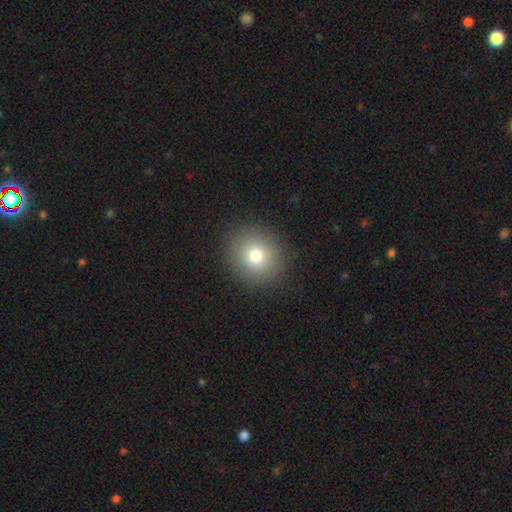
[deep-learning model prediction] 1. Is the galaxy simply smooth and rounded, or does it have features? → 77% smooth, 13% star or artifact, 10% featured or disk.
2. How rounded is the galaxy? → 87% round, 12% in between, 1% cigar-shaped.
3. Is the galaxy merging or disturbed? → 90% none, 6% minor disturbance, 3% major disturbance, 1% merger.